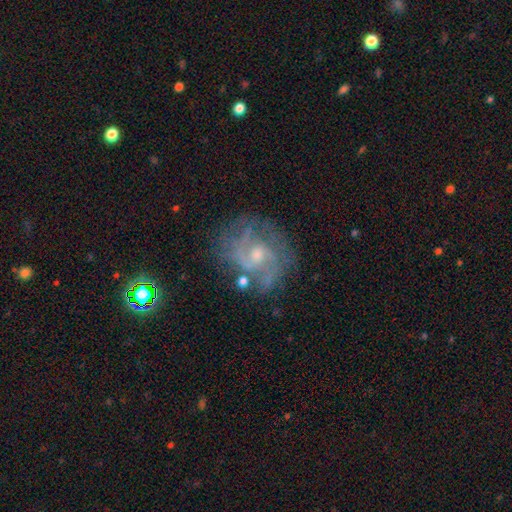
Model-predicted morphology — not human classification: Smooth or featured: featured or disk — 80% (smooth — 11%)
Edge-on disk: no — 98% (yes — 2%)
Bar: no — 54% (weak — 40%)
Spiral arms: yes — 90% (no — 10%)
Spiral winding: medium — 48% (tight — 33%)
Spiral arm count: 2 — 51% (can't tell — 23%)
Bulge size: moderate — 48% (small — 42%)
Merging: none — 64% (minor disturbance — 19%)